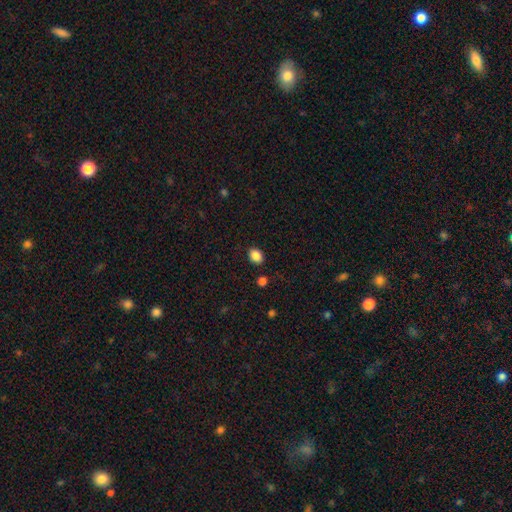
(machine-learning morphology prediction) smooth-or-featured: smooth: 87% | star or artifact: 9% | featured or disk: 4%
  how-rounded: in between: 66% | round: 33% | cigar-shaped: 1%
  merging: none: 85% | minor disturbance: 10% | major disturbance: 3% | merger: 2%